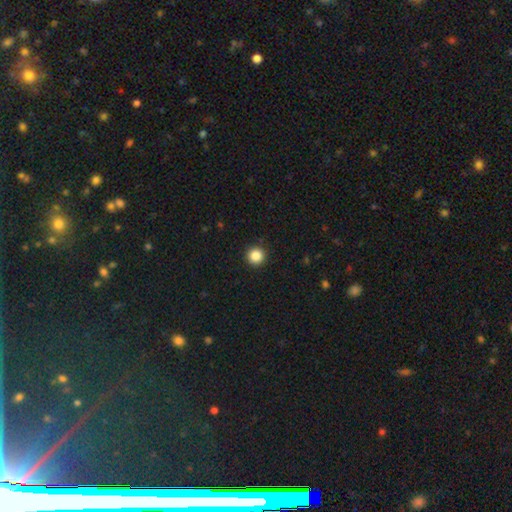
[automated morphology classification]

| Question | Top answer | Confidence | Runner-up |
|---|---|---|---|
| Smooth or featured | smooth | 87% | star or artifact (10%) |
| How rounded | round | 96% | in between (3%) |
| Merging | none | 93% | minor disturbance (4%) |